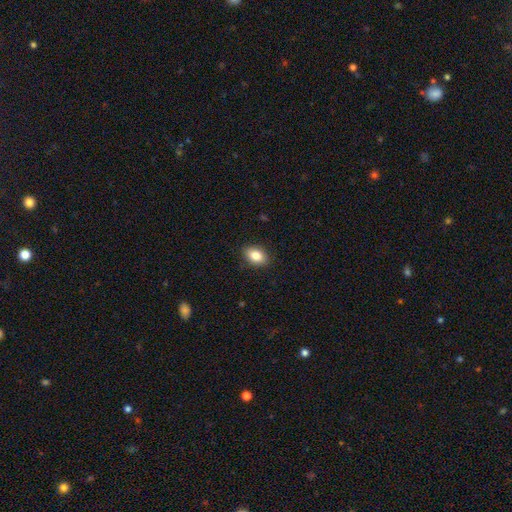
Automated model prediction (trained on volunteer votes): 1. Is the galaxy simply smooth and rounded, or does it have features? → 84% smooth, 8% star or artifact, 8% featured or disk.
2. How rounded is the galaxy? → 81% in between, 18% round, 1% cigar-shaped.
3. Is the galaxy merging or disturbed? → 88% none, 9% minor disturbance, 2% major disturbance, 1% merger.